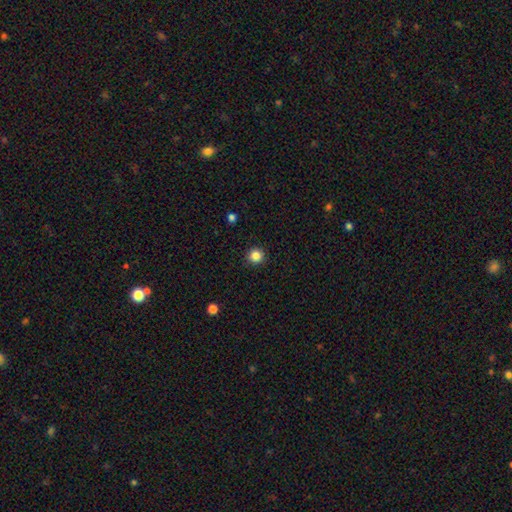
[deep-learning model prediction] smooth-or-featured: smooth: 85% | star or artifact: 11% | featured or disk: 4%
  how-rounded: round: 95% | in between: 5% | cigar-shaped: 1%
  merging: none: 92% | minor disturbance: 5% | major disturbance: 2% | merger: 1%